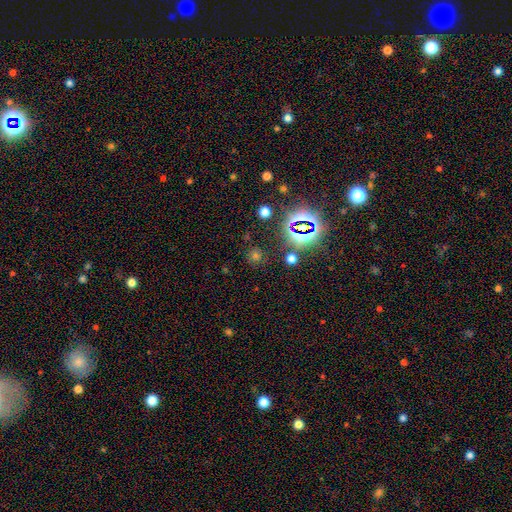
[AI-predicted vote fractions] The model was most divided on "smooth or featured": smooth: 48%, star or artifact: 44%, featured or disk: 8%. More confident: merging — none (83%).